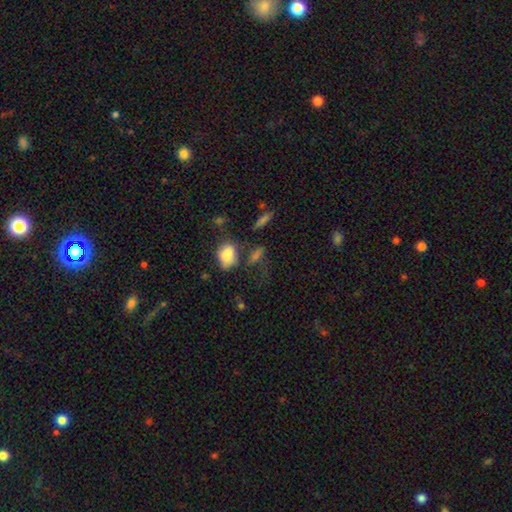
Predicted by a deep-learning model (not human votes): This is likely a smooth galaxy (73%). How rounded: likely in between (71%). Merging: possibly none (54%).